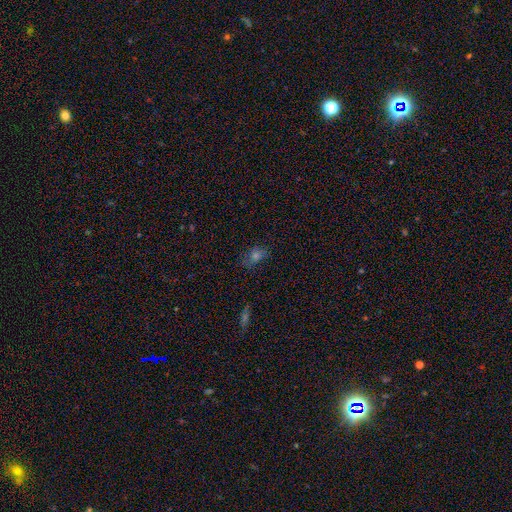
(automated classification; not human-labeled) This appears to be a smooth galaxy with no disk features (60%) that is in between round and cigar-shaped (65%). Merging: none (68%).